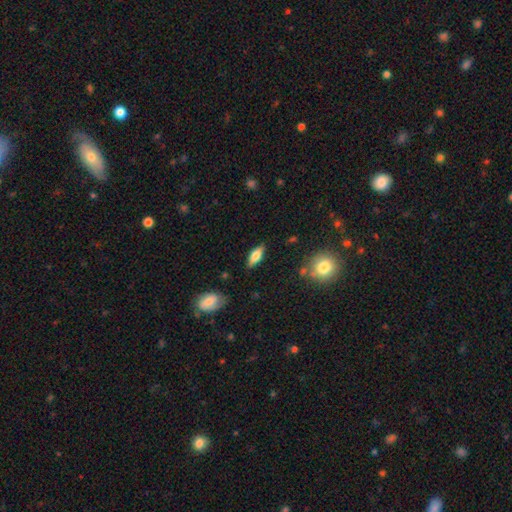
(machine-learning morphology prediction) smooth-or-featured: smooth: 61% | featured or disk: 32% | star or artifact: 7%
  how-rounded: in between: 69% | cigar-shaped: 28% | round: 3%
  merging: none: 84% | minor disturbance: 11% | major disturbance: 3% | merger: 2%